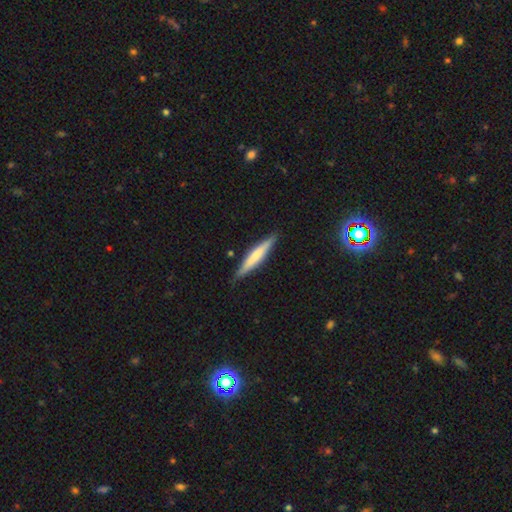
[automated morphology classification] Smooth or featured?
  - smooth: 53% *
  - featured or disk: 41%
  - star or artifact: 5%
How rounded?
  - cigar-shaped: 93% *
  - in between: 6%
  - round: 1%
Merging?
  - none: 87% *
  - minor disturbance: 10%
  - major disturbance: 2%
  - merger: 1%